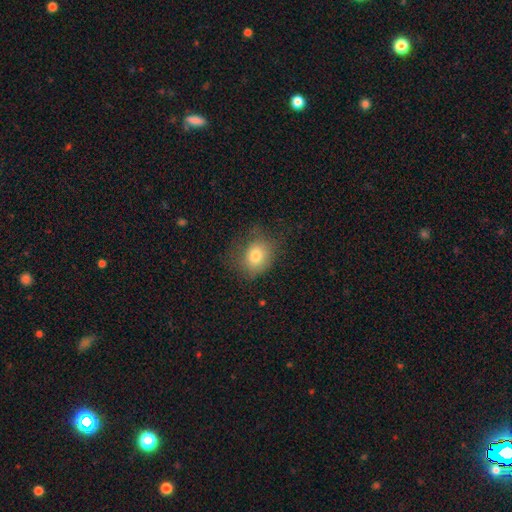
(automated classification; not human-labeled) The model was most divided on "how rounded": round: 55%, in between: 44%, cigar-shaped: 1%. More confident: smooth or featured — smooth (77%); merging — none (64%).